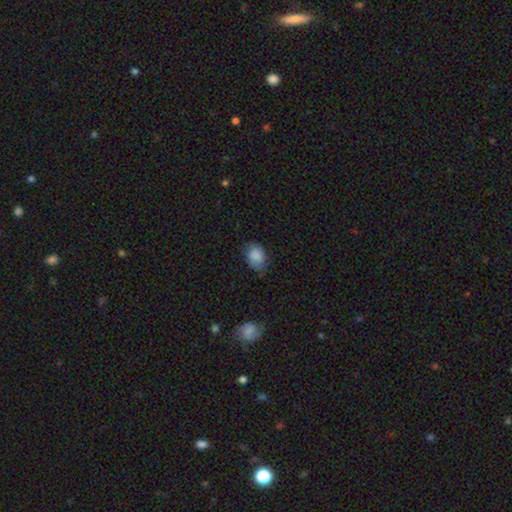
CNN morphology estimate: Q: Smooth or featured?
A: smooth (86%); runner-up: star or artifact (8%)
Q: How rounded?
A: in between (70%); runner-up: round (29%)
Q: Merging?
A: none (62%); runner-up: minor disturbance (30%)